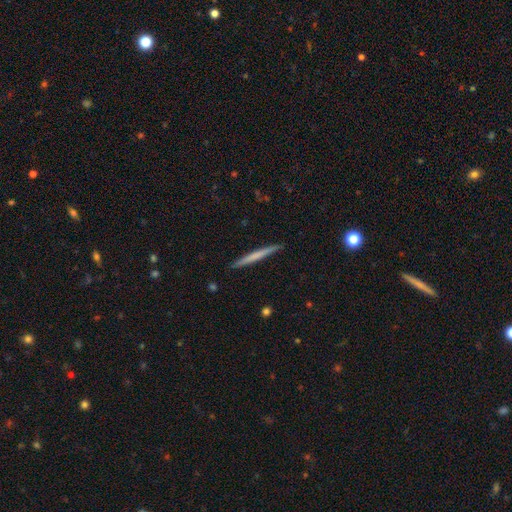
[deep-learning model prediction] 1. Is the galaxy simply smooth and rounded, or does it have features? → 56% smooth, 39% featured or disk, 5% star or artifact.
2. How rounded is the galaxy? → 97% cigar-shaped, 2% in between, 1% round.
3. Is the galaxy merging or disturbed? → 92% none, 6% minor disturbance, 1% major disturbance, 1% merger.